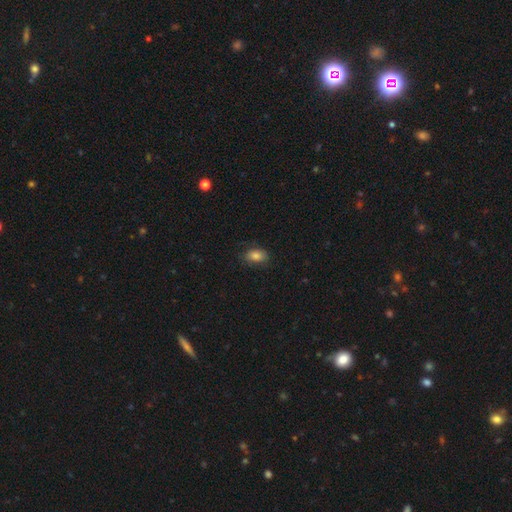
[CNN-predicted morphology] smooth 84%, star or artifact 9%, featured or disk 7%. Down the decision tree: how rounded — in between (86%); merging — none (78%).